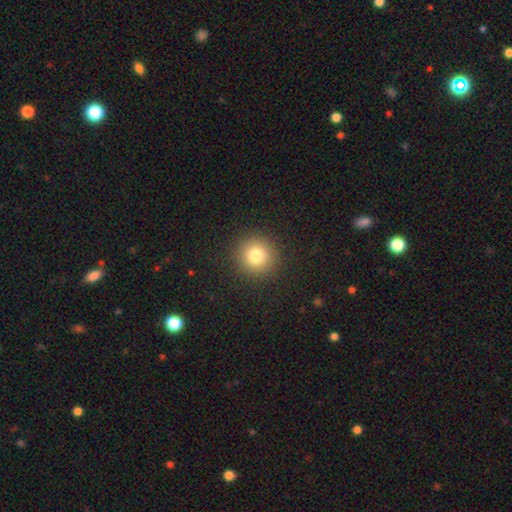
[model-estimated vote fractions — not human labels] A smooth galaxy with no disk features (79%) that is round (95%).

Vote fractions:
- Smooth or featured? smooth: 79% / star or artifact: 13% / featured or disk: 8%
- How rounded? round: 95% / in between: 4% / cigar-shaped: 1%
- Merging? none: 92% / minor disturbance: 5% / major disturbance: 2% / merger: 1%